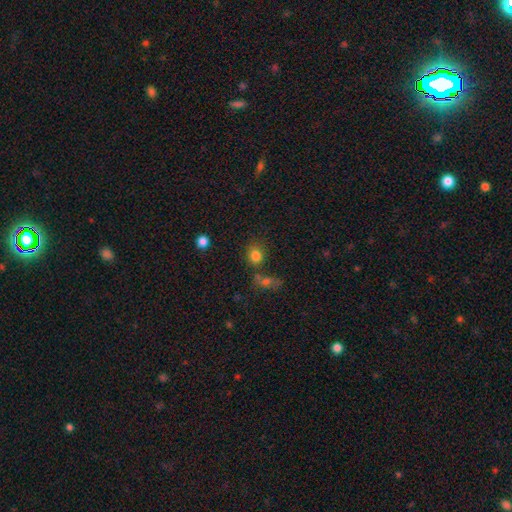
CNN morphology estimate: The model was most divided on "how rounded": round: 70%, in between: 29%, cigar-shaped: 1%. More confident: smooth or featured — smooth (80%); merging — none (64%).